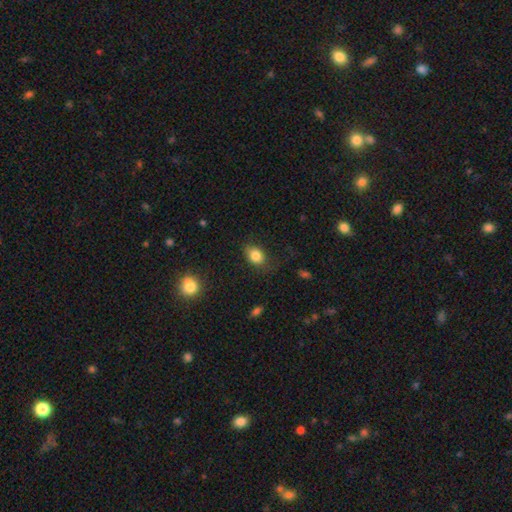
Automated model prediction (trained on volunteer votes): This appears to be a smooth galaxy with no disk features (83%) that is in between round and cigar-shaped (70%). Merging: none (72%).